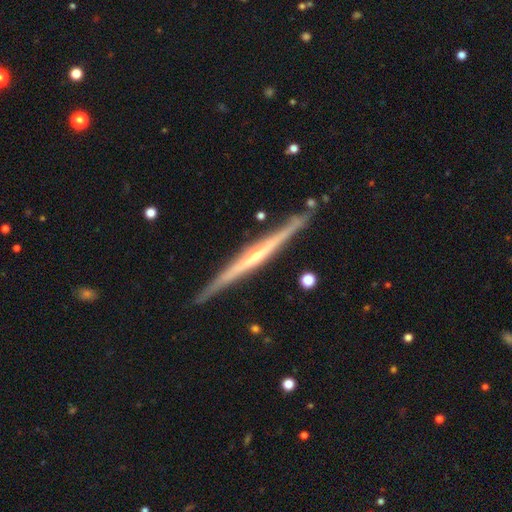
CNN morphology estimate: This appears to be a featured or disk galaxy (83%) viewed edge-on (98%) with a rounded central bulge (63%). Merging: none (87%).